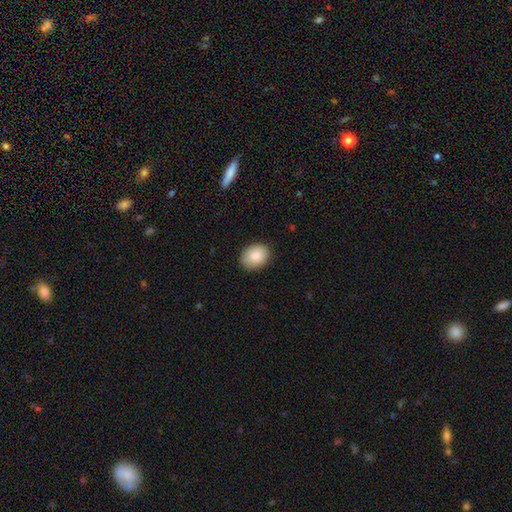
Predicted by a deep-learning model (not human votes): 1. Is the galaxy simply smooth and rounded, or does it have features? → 88% smooth, 7% star or artifact, 5% featured or disk.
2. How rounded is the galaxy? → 70% in between, 29% round, 1% cigar-shaped.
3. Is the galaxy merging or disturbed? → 87% none, 10% minor disturbance, 2% major disturbance, 1% merger.